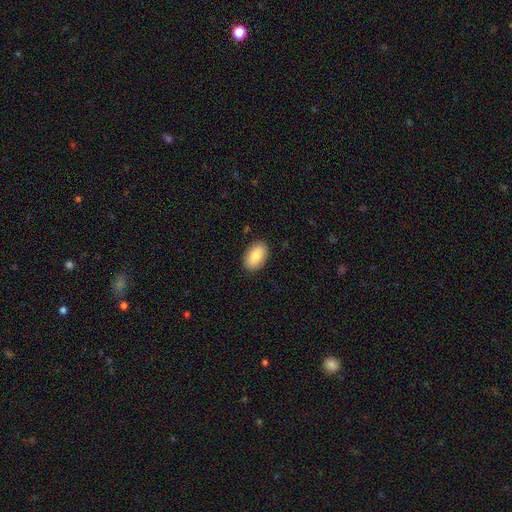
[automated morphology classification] Smooth or featured? smooth (87%)
How rounded? in between (93%)
Merging? none (88%)